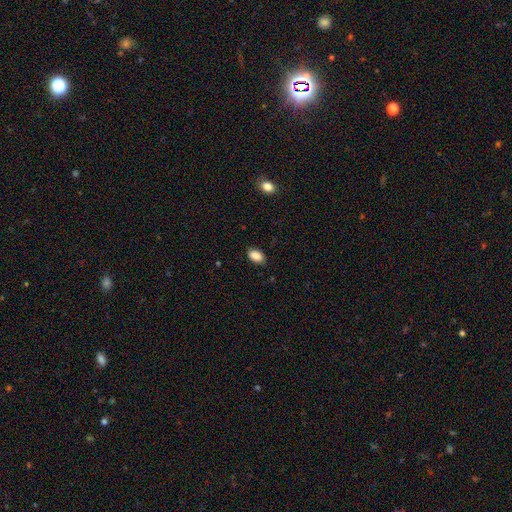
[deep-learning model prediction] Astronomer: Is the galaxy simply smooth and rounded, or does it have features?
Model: smooth — 89%.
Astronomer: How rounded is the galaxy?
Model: in between — 91%.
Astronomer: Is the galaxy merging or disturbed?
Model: none — 85%.